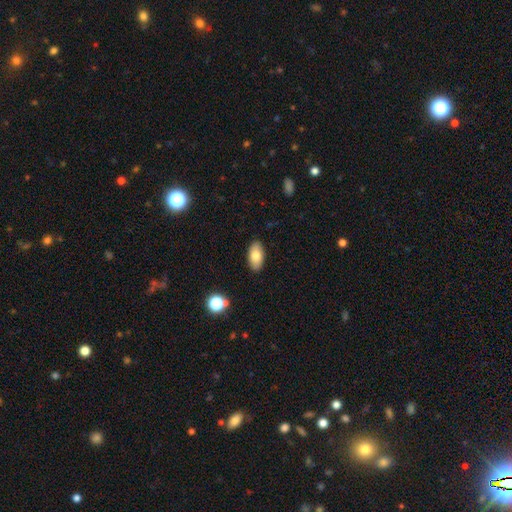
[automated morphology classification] A smooth galaxy with no disk features (79%) that is in between round and cigar-shaped (93%).

Vote fractions:
- Smooth or featured? smooth: 79% / featured or disk: 13% / star or artifact: 8%
- How rounded? in between: 93% / cigar-shaped: 4% / round: 4%
- Merging? none: 89% / minor disturbance: 8% / major disturbance: 2% / merger: 1%